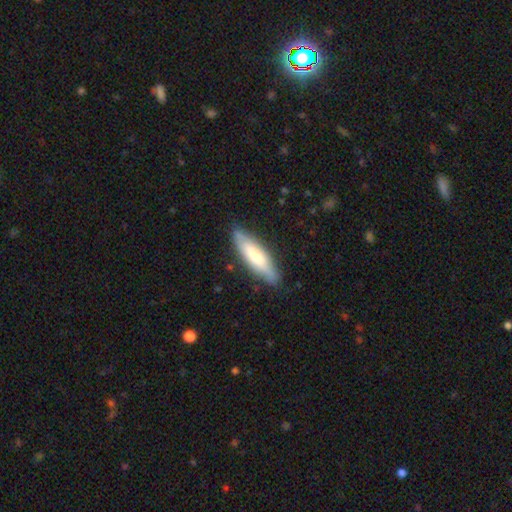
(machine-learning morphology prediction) This appears to be a smooth galaxy with no disk features (64%) that is cigar-shaped (62%). Merging: none (82%).